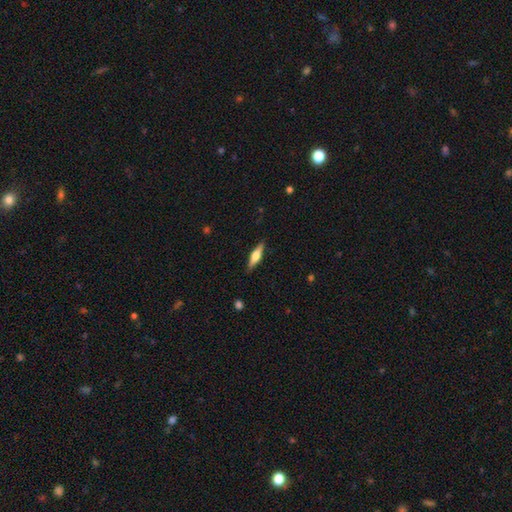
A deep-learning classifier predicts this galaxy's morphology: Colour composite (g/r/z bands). It shows a featured or disk galaxy (56%) viewed edge-on (96%) with a rounded central bulge (89%). Merging: none (89%).